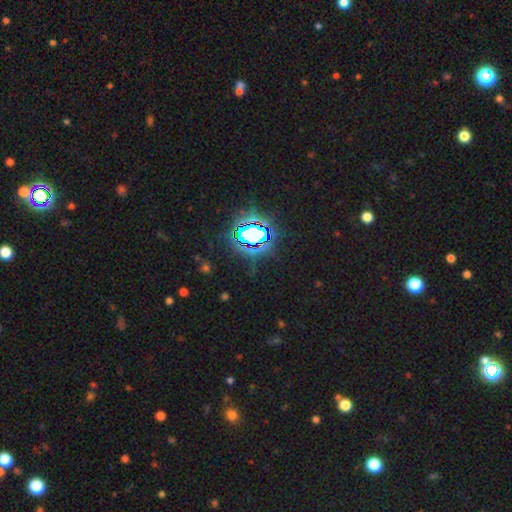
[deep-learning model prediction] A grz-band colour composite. It shows a star or artifact, not a galaxy (83%).